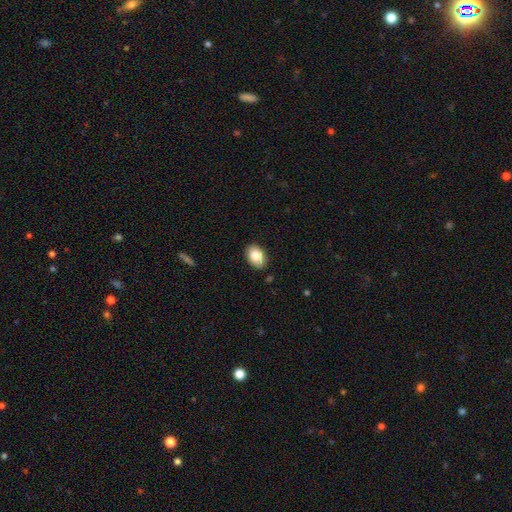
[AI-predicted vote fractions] Morphology: type=smooth (84%); roundness=in between (85%); merging=none (84%).